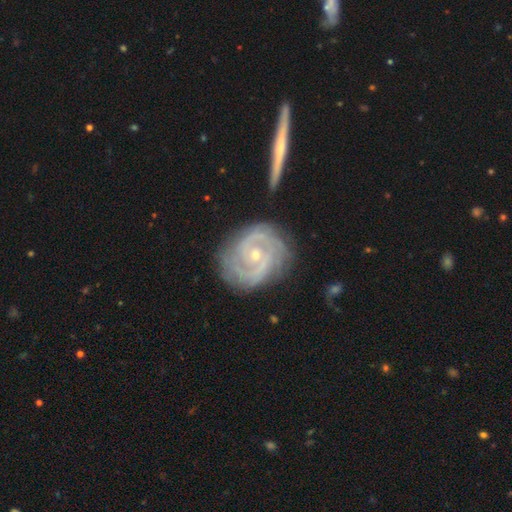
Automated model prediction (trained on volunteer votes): A featured or disk galaxy (90%) with no bar (63%), 2 (59%) tight (68%) spiral arms (98%) and a small central bulge (65%).

Vote fractions:
- Smooth or featured? featured or disk: 90% / star or artifact: 5% / smooth: 5%
- Edge-on disk? no: 97% / yes: 3%
- Bar? no: 63% / weak: 27% / strong: 10%
- Spiral arms? yes: 98% / no: 2%
- Spiral winding? tight: 68% / medium: 28% / loose: 5%
- Spiral arm count? 2: 59% / 3: 17% / can't tell: 12% / 4: 5% / 1: 4% / more than 4: 4%
- Bulge size? small: 65% / moderate: 32% / large: 1% / none: 1% / dominant: 1%
- Merging? none: 75% / minor disturbance: 16% / major disturbance: 5% / merger: 3%